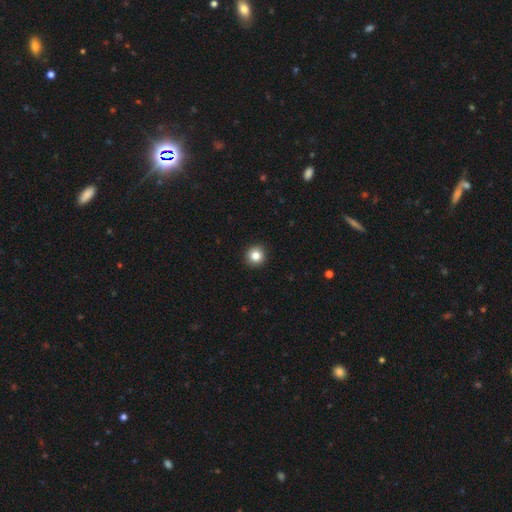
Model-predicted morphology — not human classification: The model was most divided on "smooth or featured": smooth: 84%, star or artifact: 10%, featured or disk: 6%. More confident: how rounded — round (94%); merging — none (94%).